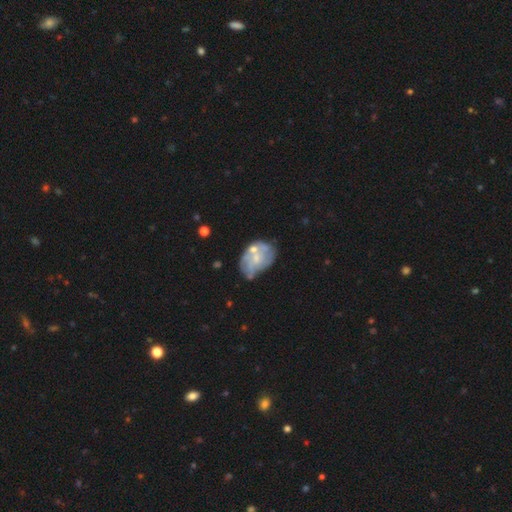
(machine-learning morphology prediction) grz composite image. It shows a featured or disk galaxy (62%) with no bar (81%), no spiral arms (63%) and a small central bulge (49%). Merging: none (37%).